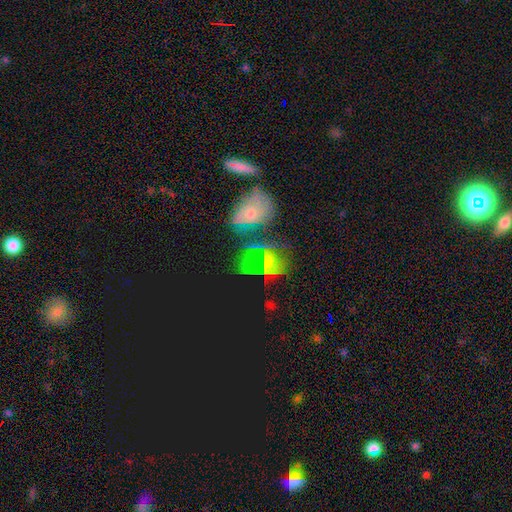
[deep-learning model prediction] Smooth or featured? Predicted: star or artifact (p=0.49).